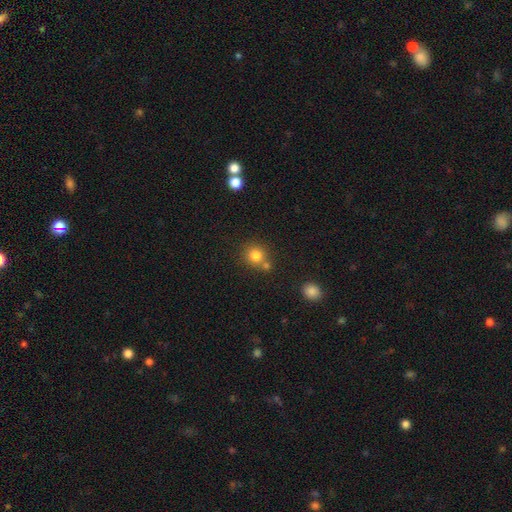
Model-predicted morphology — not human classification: smooth_or_featured: smooth (p=0.80) [alt: star or artifact p=0.12]
how_rounded: round (p=0.87) [alt: in between p=0.12]
merging: none (p=0.61) [alt: merger p=0.26]